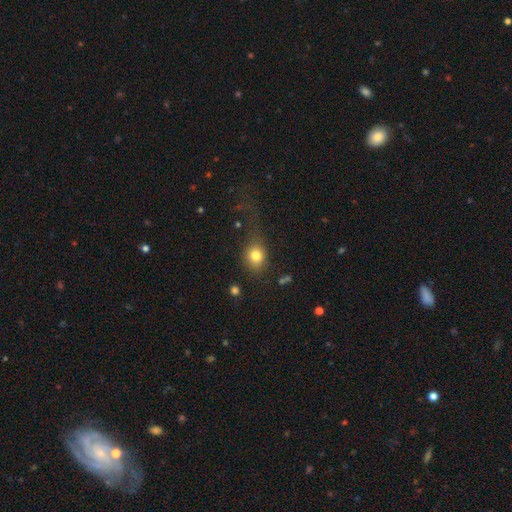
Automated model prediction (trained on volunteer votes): Smooth or featured: smooth — 80% (star or artifact — 11%)
How rounded: round — 60% (in between — 38%)
Merging: none — 54% (major disturbance — 22%)